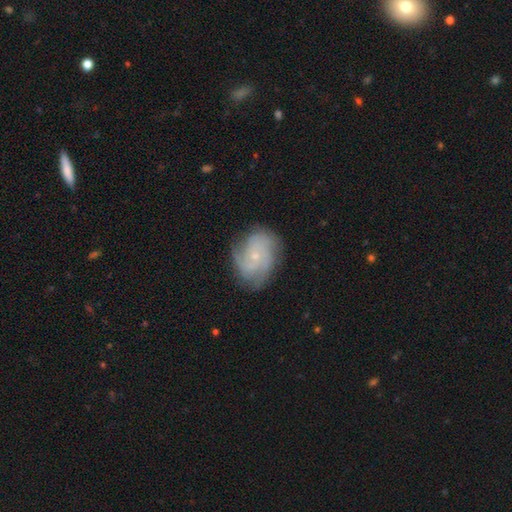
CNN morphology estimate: The model was most divided on "spiral winding": tight: 46%, medium: 41%, loose: 13%. Remaining: edge-on disk — no (98%); spiral arms — yes (95%); bulge size — small (78%); smooth or featured — featured or disk (77%); bar — no (74%); merging — none (72%); spiral arm count — 3 (31%).